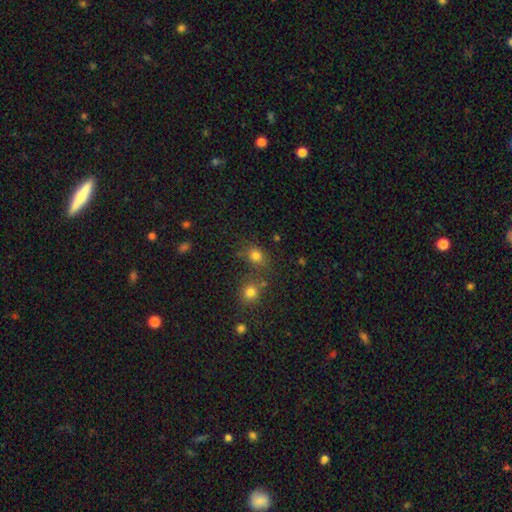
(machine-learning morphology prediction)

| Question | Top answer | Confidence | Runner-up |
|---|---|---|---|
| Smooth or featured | smooth | 77% | star or artifact (17%) |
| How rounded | round | 65% | in between (33%) |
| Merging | none | 63% | merger (18%) |